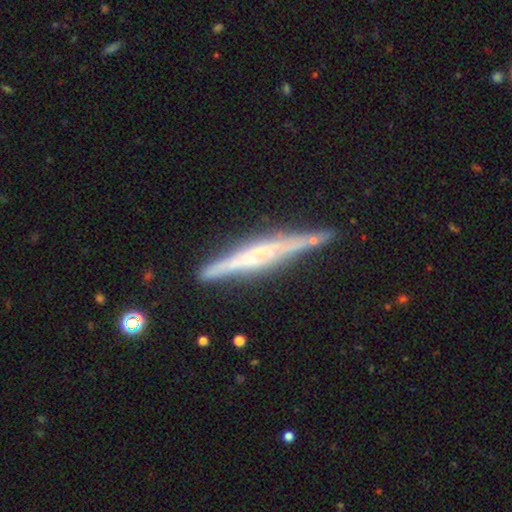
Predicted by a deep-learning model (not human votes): Smooth or featured: featured or disk — 74% (smooth — 19%)
Edge-on disk: yes — 96% (no — 4%)
Edge-on bulge: boxy — 39% (none — 32%)
Merging: none — 81% (minor disturbance — 13%)